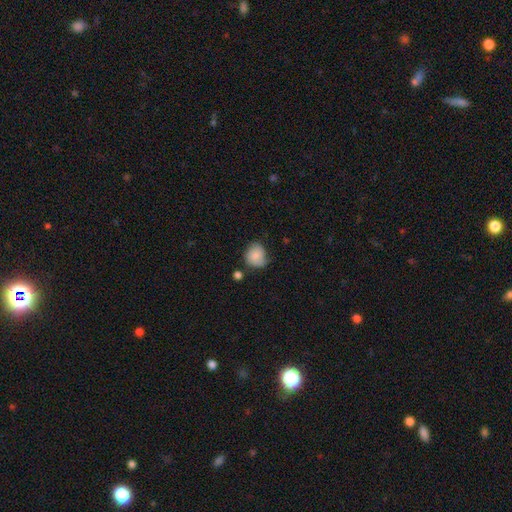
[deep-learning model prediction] A smooth galaxy with no disk features (75%) that is round (71%).

Vote fractions:
- Smooth or featured? smooth: 75% / featured or disk: 17% / star or artifact: 8%
- How rounded? round: 71% / in between: 28% / cigar-shaped: 1%
- Merging? none: 53% / minor disturbance: 34% / major disturbance: 9% / merger: 4%